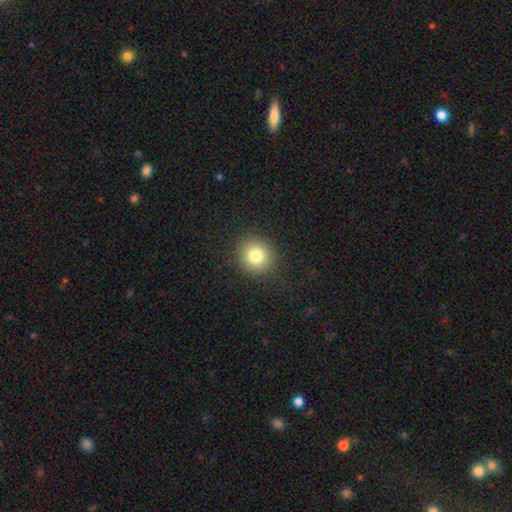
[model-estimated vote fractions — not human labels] This is clearly a smooth galaxy (81%). How rounded: clearly round (86%). Merging: clearly none (90%).